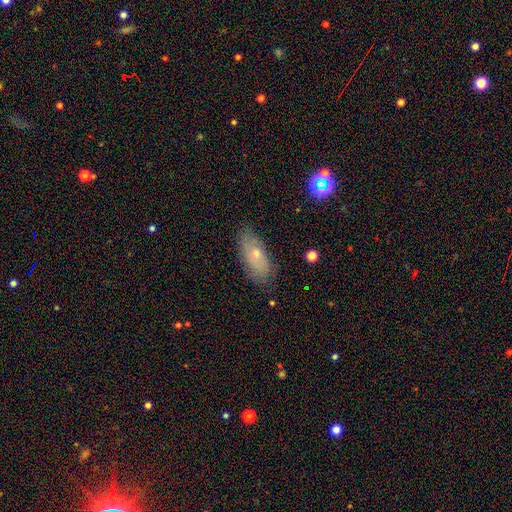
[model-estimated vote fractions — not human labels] Smooth or featured? smooth (58%)
How rounded? in between (83%)
Merging? none (76%)